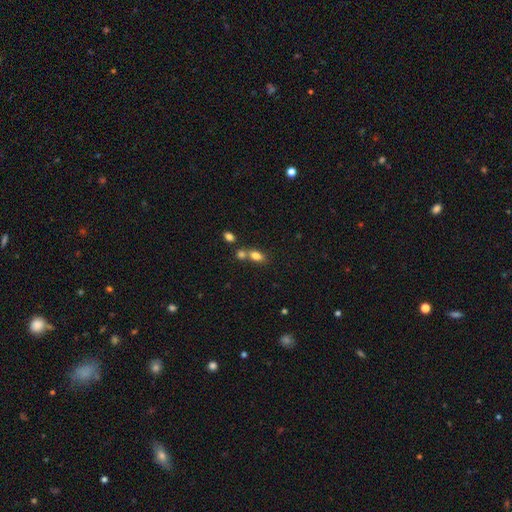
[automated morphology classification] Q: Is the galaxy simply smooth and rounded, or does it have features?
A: smooth — 79%.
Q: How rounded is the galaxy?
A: in between — 83%.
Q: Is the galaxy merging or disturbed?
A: merger — 43%, tied with none.